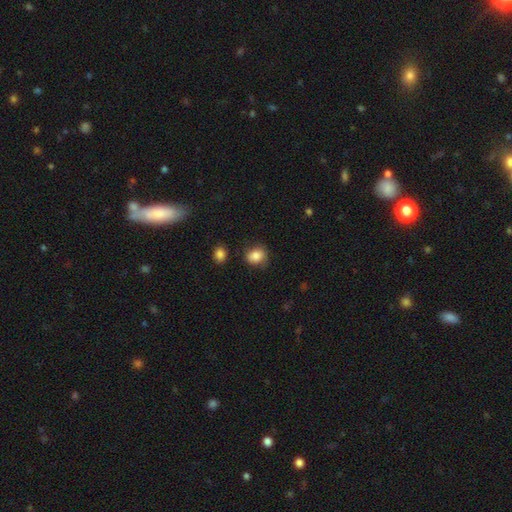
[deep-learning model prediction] This is clearly a smooth galaxy (84%). How rounded: possibly round (58%). Merging: likely none (68%).